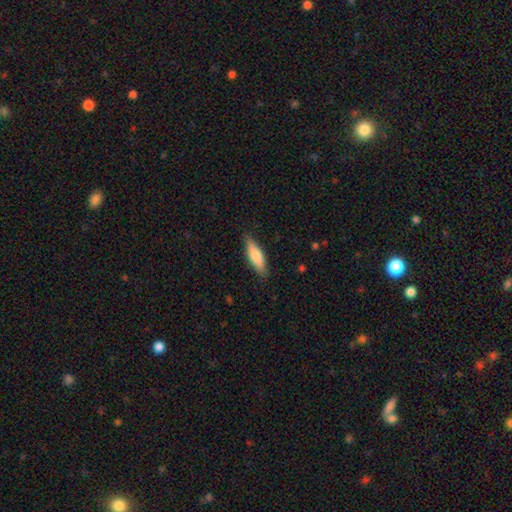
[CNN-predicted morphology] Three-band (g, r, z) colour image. It shows a smooth galaxy with no disk features (76%) that is cigar-shaped (51%). Merging: none (86%).